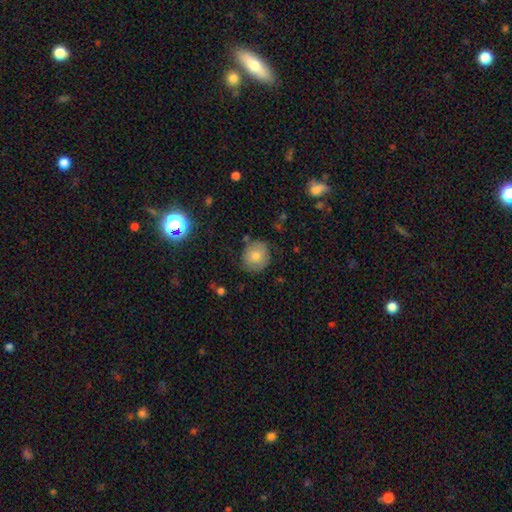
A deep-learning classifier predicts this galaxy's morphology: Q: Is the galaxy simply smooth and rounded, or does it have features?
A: smooth — 73%.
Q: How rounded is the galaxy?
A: round — 85%.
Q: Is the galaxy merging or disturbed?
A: none — 82%.